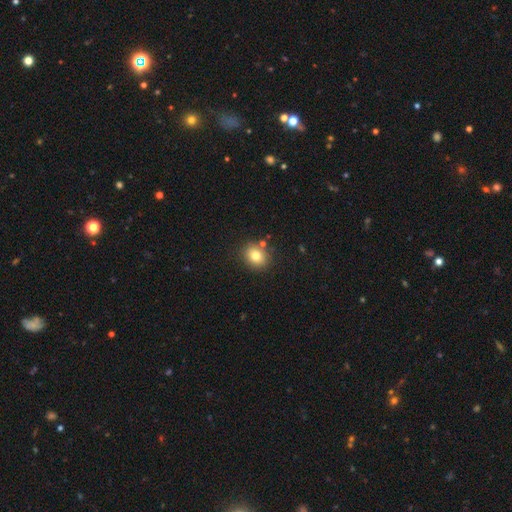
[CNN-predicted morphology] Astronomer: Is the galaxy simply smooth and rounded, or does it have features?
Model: smooth — 78%.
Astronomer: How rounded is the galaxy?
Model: round — 69%.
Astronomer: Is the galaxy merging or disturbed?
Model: none — 83%.